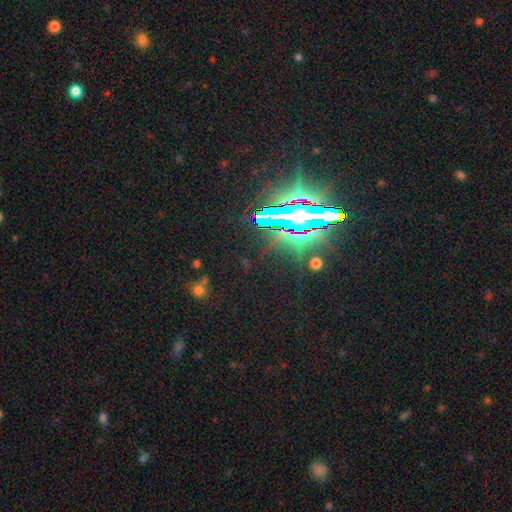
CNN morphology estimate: type=star or artifact (85%).